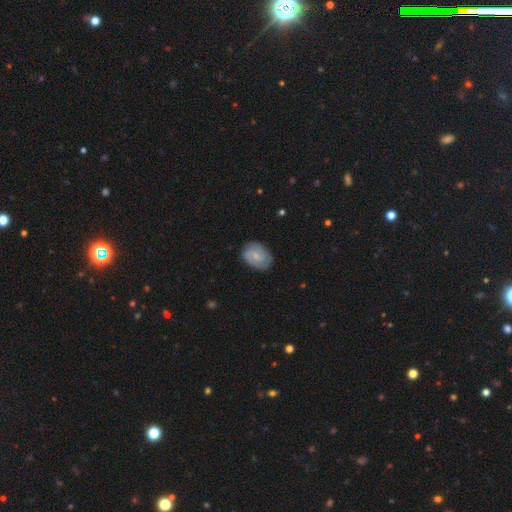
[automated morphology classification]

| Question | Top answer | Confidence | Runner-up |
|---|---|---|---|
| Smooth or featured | featured or disk | 47% | smooth (46%) |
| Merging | none | 78% | minor disturbance (17%) |